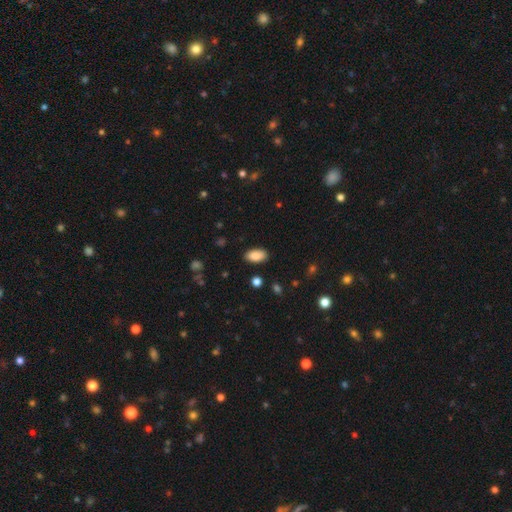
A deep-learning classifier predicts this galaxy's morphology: Smooth or featured? smooth (88%)
How rounded? in between (94%)
Merging? none (88%)